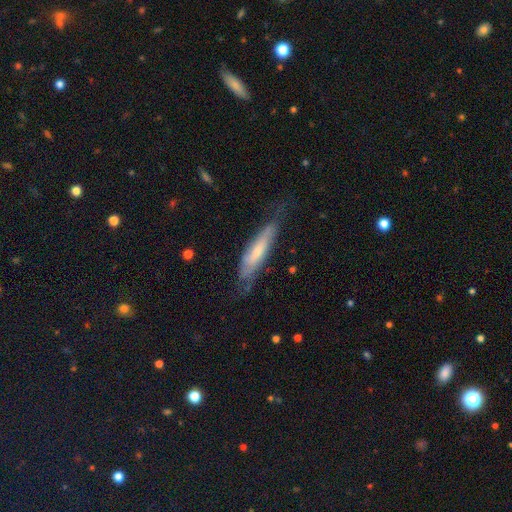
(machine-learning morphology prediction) Smooth or featured: featured or disk — 55% (smooth — 37%)
Edge-on disk: yes — 54% (no — 46%)
Merging: none — 63% (minor disturbance — 25%)